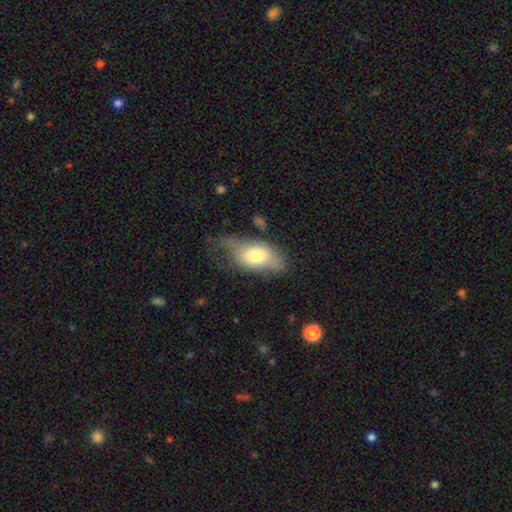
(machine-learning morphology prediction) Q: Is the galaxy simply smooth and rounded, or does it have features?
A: smooth — 68%.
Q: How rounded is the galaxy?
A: in between — 90%.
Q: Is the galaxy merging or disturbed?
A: minor disturbance — 34%.